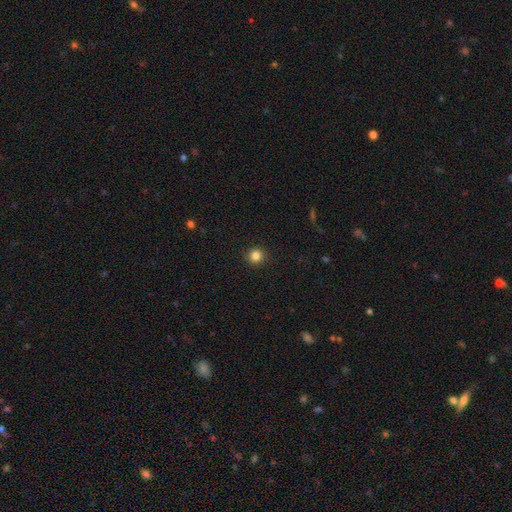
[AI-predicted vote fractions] Smooth or featured?
  - smooth: 84% *
  - star or artifact: 12%
  - featured or disk: 4%
How rounded?
  - round: 94% *
  - in between: 5%
  - cigar-shaped: 1%
Merging?
  - none: 92% *
  - minor disturbance: 5%
  - major disturbance: 2%
  - merger: 1%